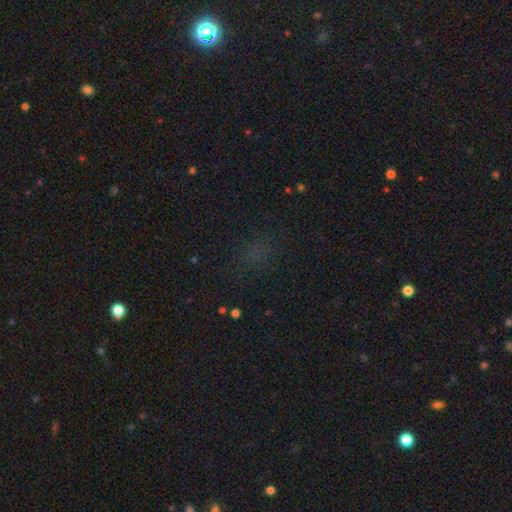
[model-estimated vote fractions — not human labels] This appears to be a star or artifact, not a galaxy (51%).